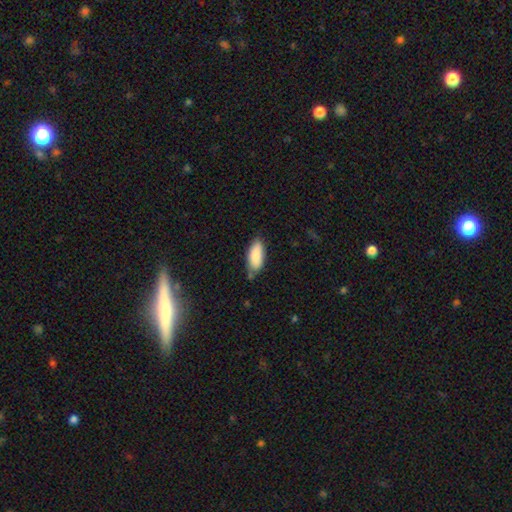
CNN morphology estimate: smooth 87%, featured or disk 7%, star or artifact 6%. Down the decision tree: how rounded — in between (85%); merging — none (68%).